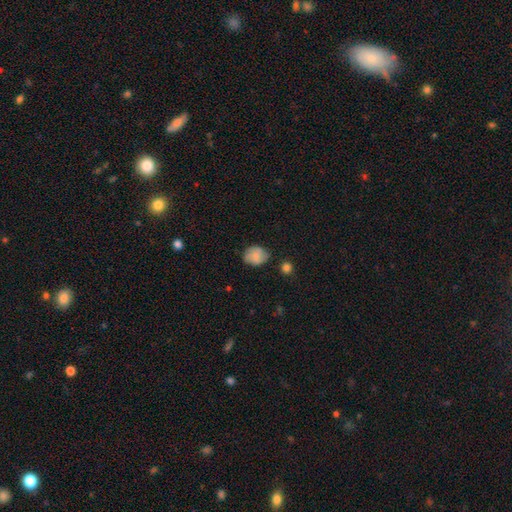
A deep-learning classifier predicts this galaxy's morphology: type=smooth (75%); roundness=round (53%); merging=none (70%).